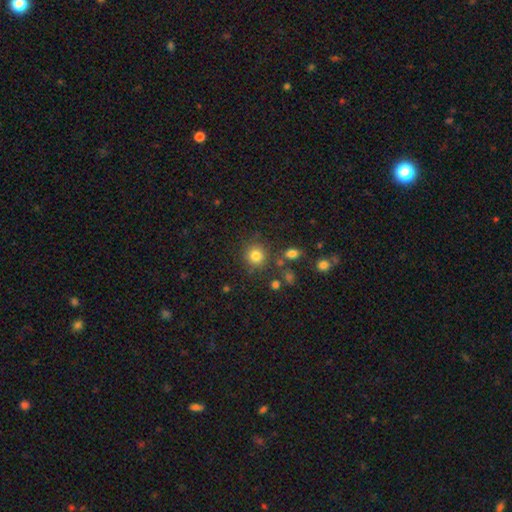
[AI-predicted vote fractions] Smooth or featured: smooth — 80% (star or artifact — 13%)
How rounded: round — 90% (in between — 9%)
Merging: none — 81% (minor disturbance — 10%)